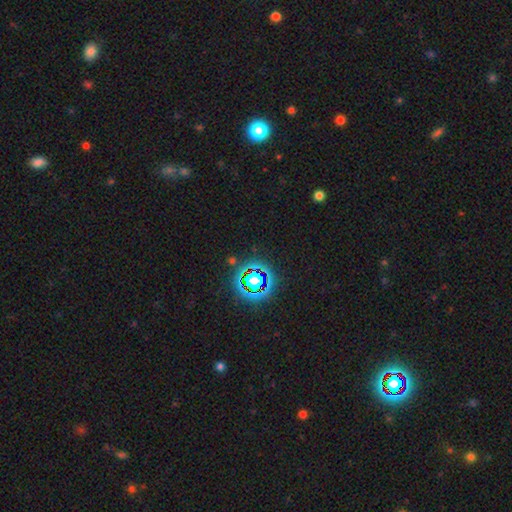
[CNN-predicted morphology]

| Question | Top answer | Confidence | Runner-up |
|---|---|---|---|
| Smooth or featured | star or artifact | 79% | smooth (13%) |